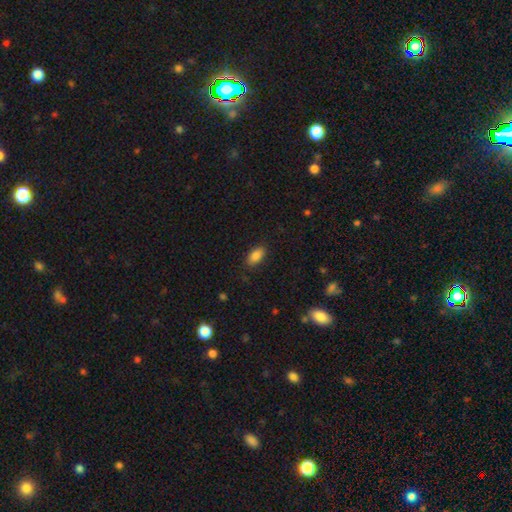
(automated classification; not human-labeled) Smooth or featured? Predicted: smooth (p=0.87). How rounded? Predicted: in between (p=0.92). Merging? Predicted: none (p=0.86).